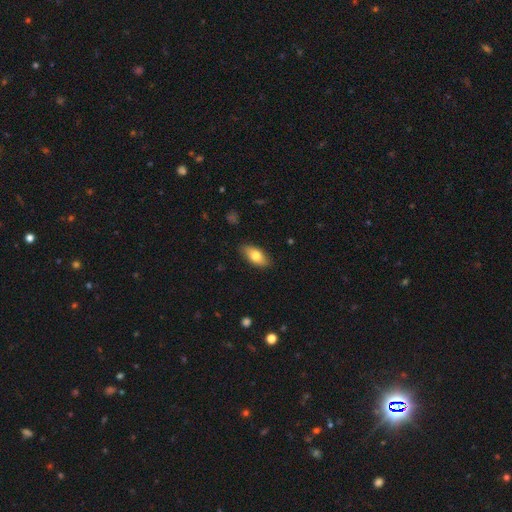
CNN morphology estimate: The model was most divided on "smooth or featured": smooth: 76%, featured or disk: 18%, star or artifact: 6%. More confident: how rounded — in between (88%); merging — none (86%).